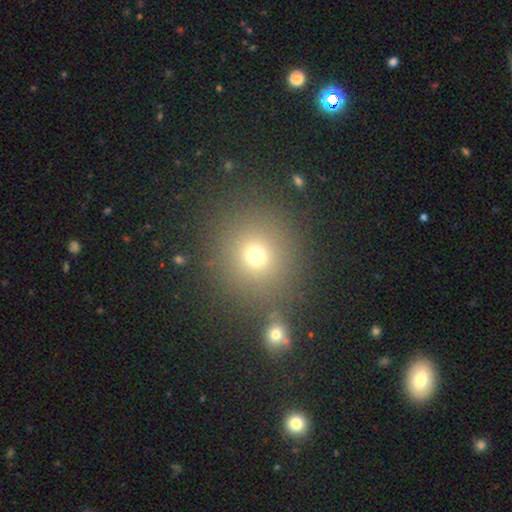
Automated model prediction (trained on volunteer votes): smooth_or_featured: smooth (p=0.70) [alt: star or artifact p=0.21]
how_rounded: round (p=0.88) [alt: in between p=0.11]
merging: none (p=0.77) [alt: merger p=0.11]